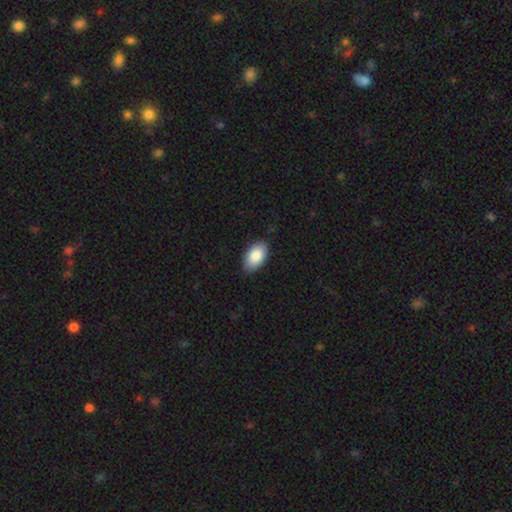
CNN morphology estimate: smooth-or-featured: smooth: 85% | featured or disk: 8% | star or artifact: 6%
  how-rounded: in between: 94% | round: 5% | cigar-shaped: 1%
  merging: none: 85% | minor disturbance: 12% | major disturbance: 2% | merger: 1%